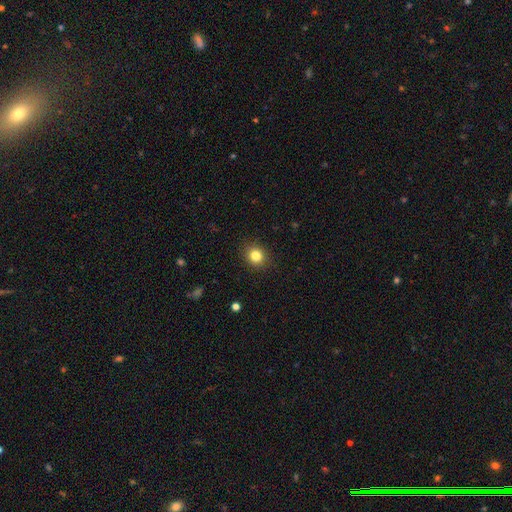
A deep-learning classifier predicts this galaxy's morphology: This appears to be a smooth galaxy with no disk features (83%) that is round (78%). Merging: none (90%).